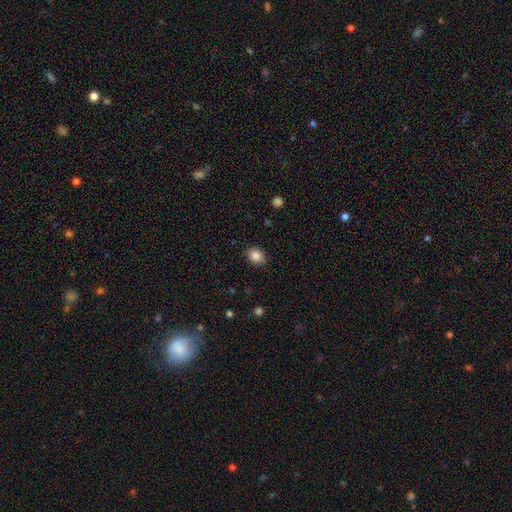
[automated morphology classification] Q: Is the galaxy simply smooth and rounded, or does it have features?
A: smooth — 85%.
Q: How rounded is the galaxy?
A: in between — 61%.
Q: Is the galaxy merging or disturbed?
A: none — 87%.